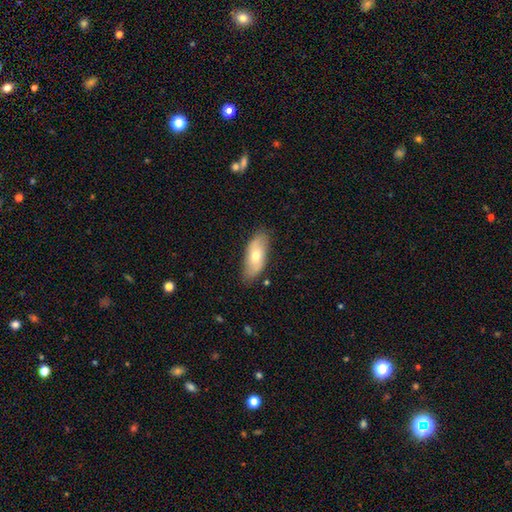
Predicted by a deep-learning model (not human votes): Smooth or featured: smooth — 57% (featured or disk — 37%)
How rounded: in between — 83% (cigar-shaped — 14%)
Merging: none — 83% (minor disturbance — 13%)